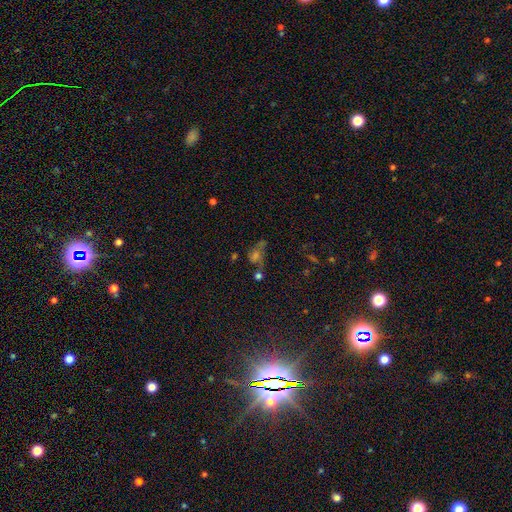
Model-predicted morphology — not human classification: Smooth or featured: star or artifact — 39% (smooth — 34%)